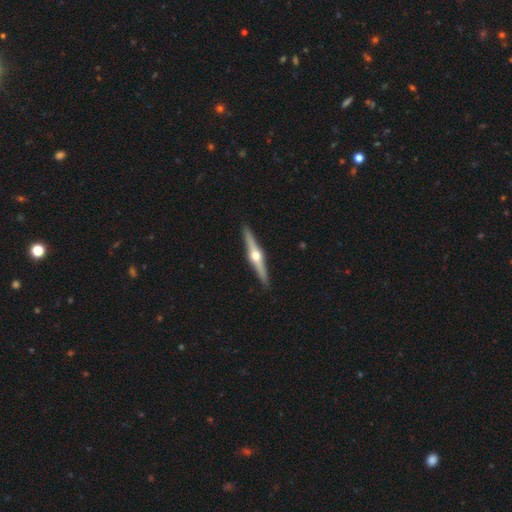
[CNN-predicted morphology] Q: Smooth or featured?
A: featured or disk (80%); runner-up: smooth (15%)
Q: Edge-on disk?
A: yes (98%); runner-up: no (2%)
Q: Edge-on bulge?
A: rounded (96%); runner-up: boxy (2%)
Q: Merging?
A: none (92%); runner-up: minor disturbance (5%)